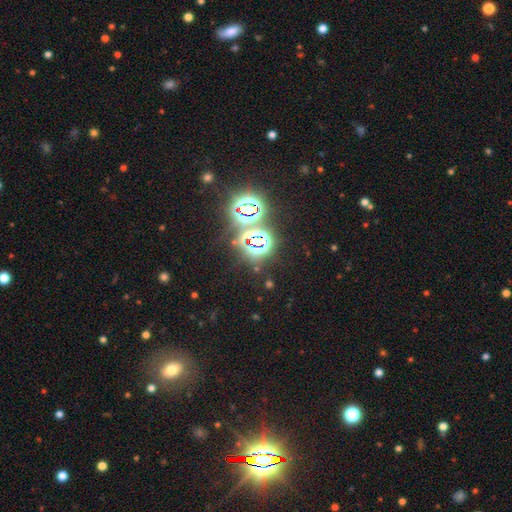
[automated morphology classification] smooth_or_featured: star or artifact (p=0.79) [alt: smooth p=0.12]